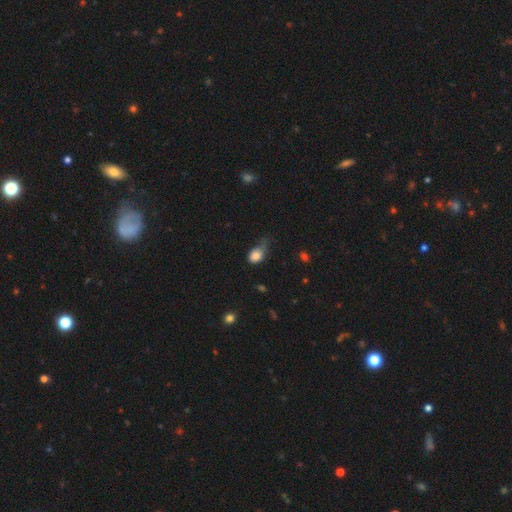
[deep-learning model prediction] The model was most divided on "merging": minor disturbance: 39%, major disturbance: 32%, none: 25%, merger: 5%. More confident: smooth or featured — smooth (80%); how rounded — in between (66%).